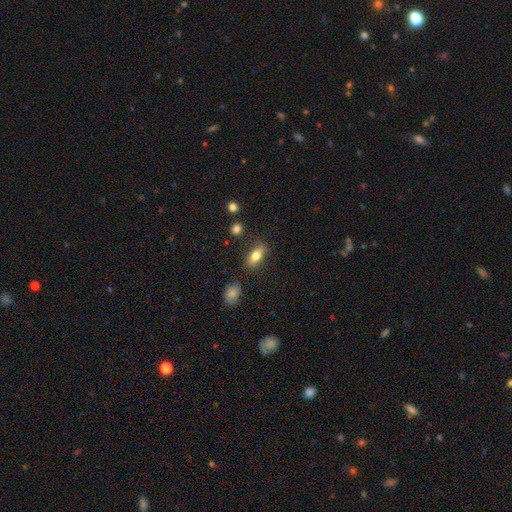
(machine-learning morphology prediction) Q: Smooth or featured?
A: smooth (77%); runner-up: featured or disk (15%)
Q: How rounded?
A: in between (83%); runner-up: cigar-shaped (12%)
Q: Merging?
A: none (81%); runner-up: minor disturbance (13%)